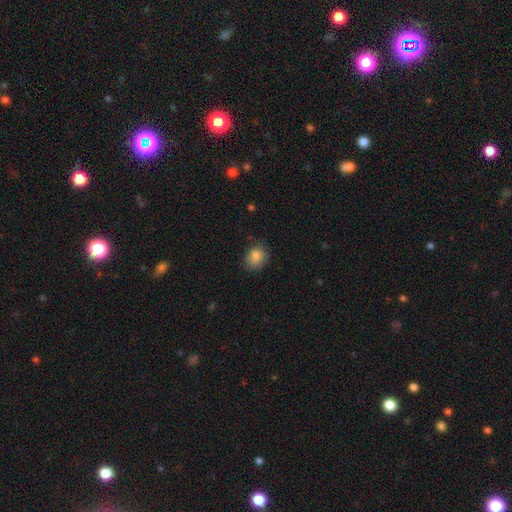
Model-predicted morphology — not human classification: This is clearly a smooth galaxy (84%). How rounded: likely round (66%). Merging: likely none (76%).